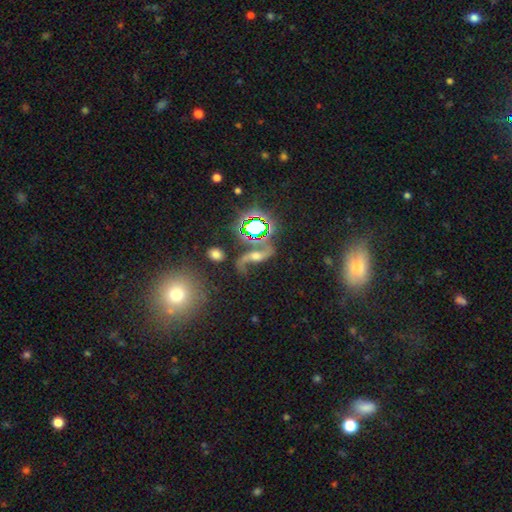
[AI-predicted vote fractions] The model was most divided on "bar": no: 50%, weak: 30%, strong: 20%. Remaining: edge-on disk — no (91%); spiral arms — yes (90%); spiral arm count — 2 (87%); spiral winding — loose (84%); smooth or featured — featured or disk (65%); bulge size — moderate (48%); merging — none (48%).